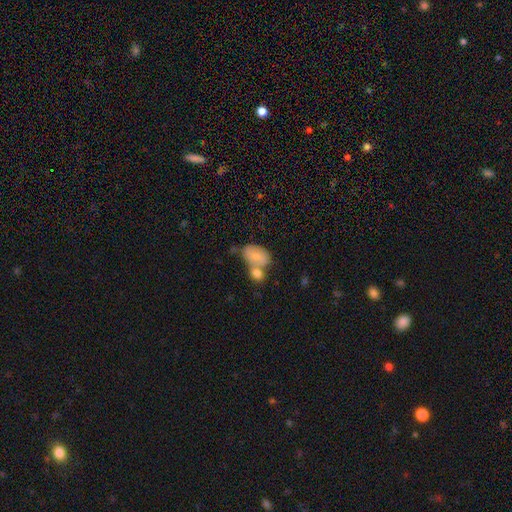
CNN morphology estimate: Smooth or featured?
  - smooth: 74% *
  - featured or disk: 19%
  - star or artifact: 7%
How rounded?
  - in between: 87% *
  - round: 11%
  - cigar-shaped: 2%
Merging?
  - merger: 50% *
  - none: 31%
  - minor disturbance: 14%
  - major disturbance: 5%